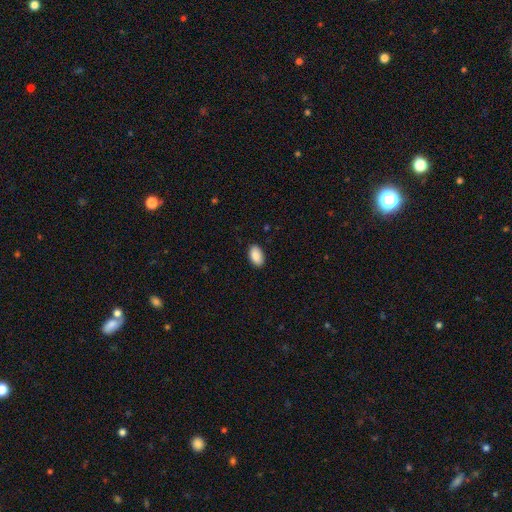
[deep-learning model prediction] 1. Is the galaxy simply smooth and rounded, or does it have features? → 90% smooth, 7% star or artifact, 4% featured or disk.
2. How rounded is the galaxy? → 94% in between, 4% round, 1% cigar-shaped.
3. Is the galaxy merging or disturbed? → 89% none, 9% minor disturbance, 2% major disturbance, 1% merger.